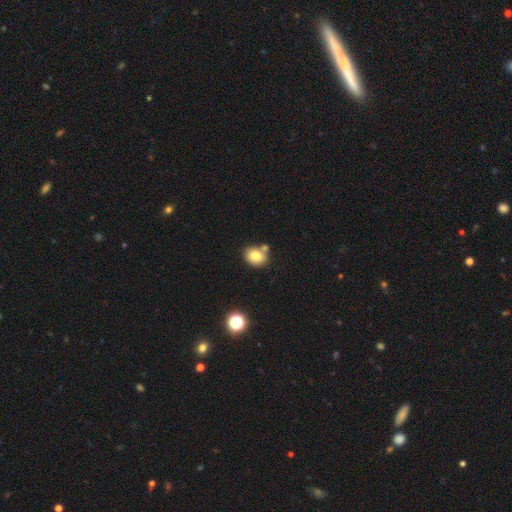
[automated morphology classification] smooth_or_featured: smooth (p=0.78) [alt: featured or disk p=0.12]
how_rounded: round (p=0.55) [alt: in between p=0.44]
merging: none (p=0.63) [alt: merger p=0.21]